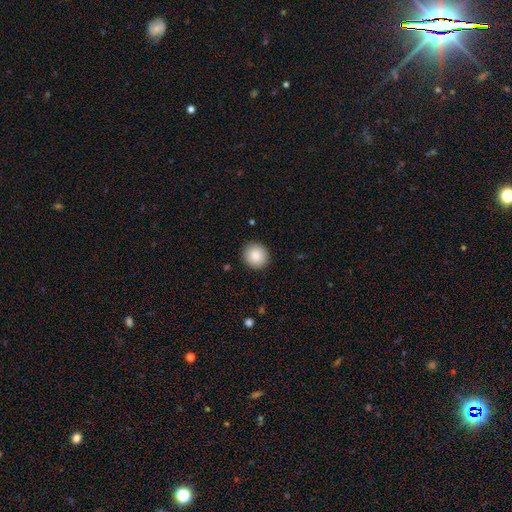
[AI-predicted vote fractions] smooth_or_featured: smooth (p=0.88) [alt: star or artifact p=0.08]
how_rounded: round (p=0.90) [alt: in between p=0.09]
merging: none (p=0.91) [alt: minor disturbance p=0.06]